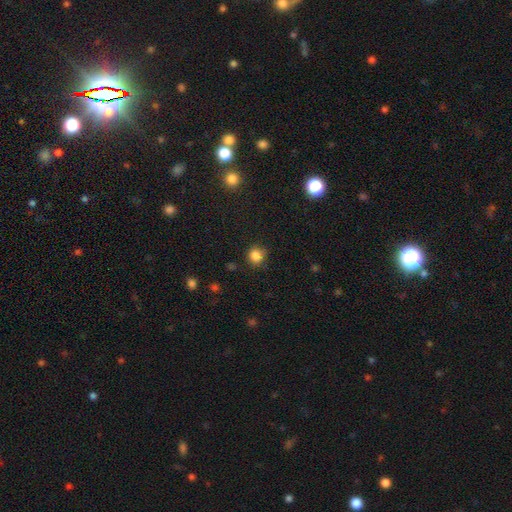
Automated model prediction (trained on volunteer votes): smooth 84%, star or artifact 12%, featured or disk 4%. Down the decision tree: how rounded — round (84%); merging — none (78%).